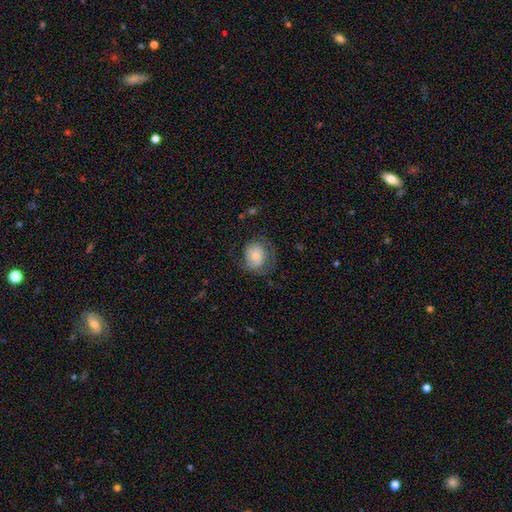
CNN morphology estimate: Smooth or featured: smooth — 65% (featured or disk — 27%)
How rounded: round — 61% (in between — 38%)
Merging: none — 50% (minor disturbance — 26%)